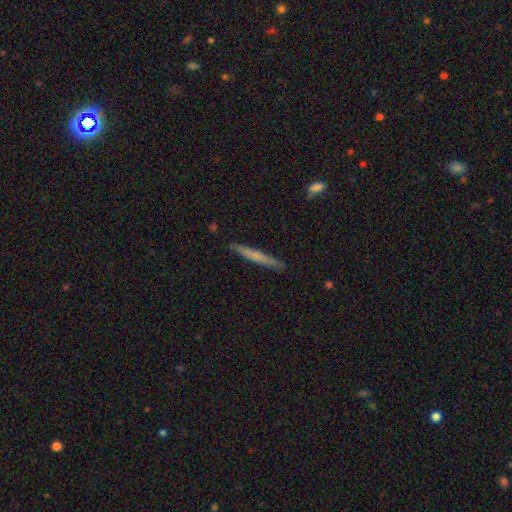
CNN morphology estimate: smooth-or-featured: smooth: 57% | featured or disk: 37% | star or artifact: 6%
  how-rounded: cigar-shaped: 96% | in between: 3% | round: 1%
  merging: none: 89% | minor disturbance: 8% | major disturbance: 1% | merger: 1%